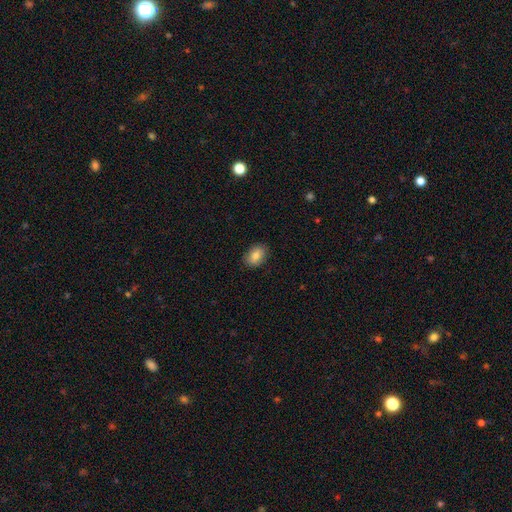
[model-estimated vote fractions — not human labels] Smooth or featured?
  - smooth: 83% *
  - featured or disk: 9%
  - star or artifact: 8%
How rounded?
  - in between: 80% *
  - round: 19%
  - cigar-shaped: 1%
Merging?
  - none: 88% *
  - minor disturbance: 9%
  - major disturbance: 2%
  - merger: 1%